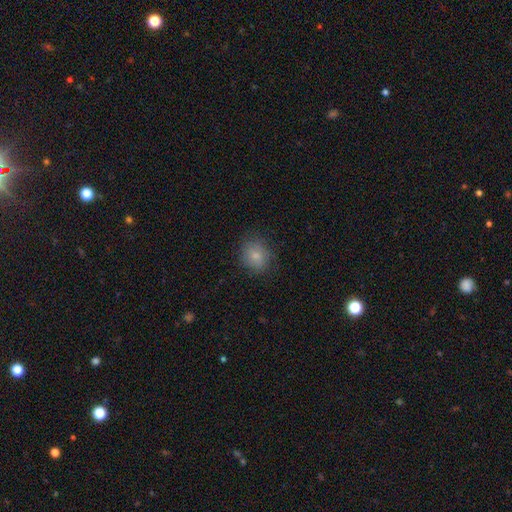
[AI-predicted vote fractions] A smooth galaxy with no disk features (80%) that is round (69%). Merging: none (79%).